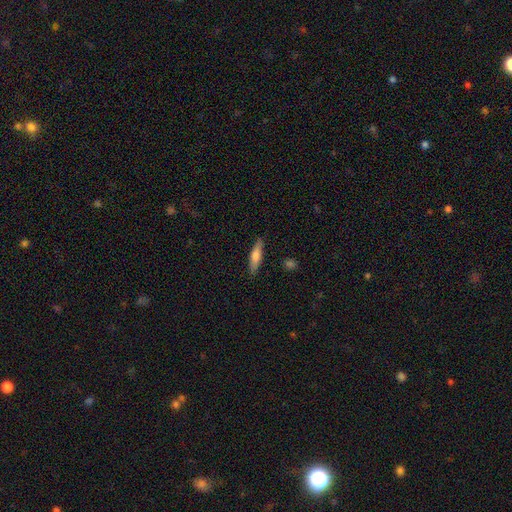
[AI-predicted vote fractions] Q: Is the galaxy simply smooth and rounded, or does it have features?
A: smooth — 64%.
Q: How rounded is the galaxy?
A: cigar-shaped — 76%.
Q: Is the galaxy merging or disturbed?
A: none — 87%.